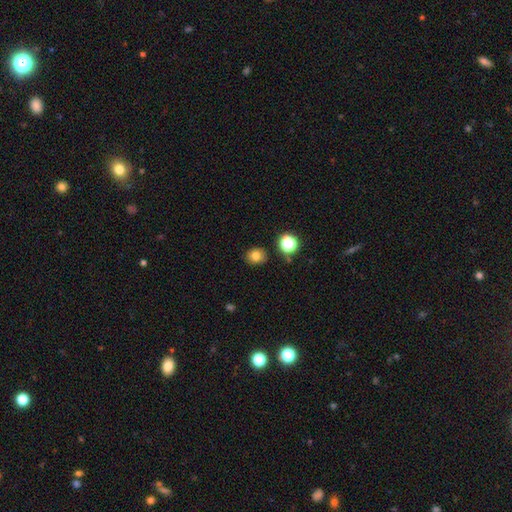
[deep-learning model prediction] smooth 78%, star or artifact 14%, featured or disk 7%. Down the decision tree: how rounded — round (81%); merging — none (88%).